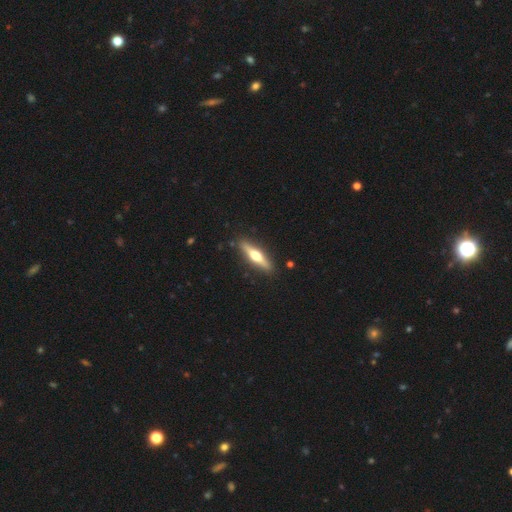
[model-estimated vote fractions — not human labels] A featured or disk galaxy (60%) viewed edge-on (95%) with a rounded central bulge (94%).

Vote fractions:
- Smooth or featured? featured or disk: 60% / smooth: 35% / star or artifact: 5%
- Edge-on disk? yes: 95% / no: 5%
- Edge-on bulge? rounded: 94% / boxy: 3% / none: 3%
- Merging? none: 89% / minor disturbance: 8% / major disturbance: 2% / merger: 2%